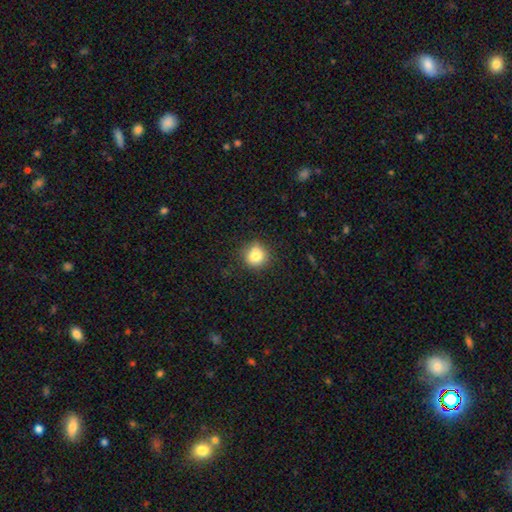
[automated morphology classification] Q: Smooth or featured?
A: smooth (79%); runner-up: star or artifact (11%)
Q: How rounded?
A: round (85%); runner-up: in between (14%)
Q: Merging?
A: none (77%); runner-up: minor disturbance (15%)